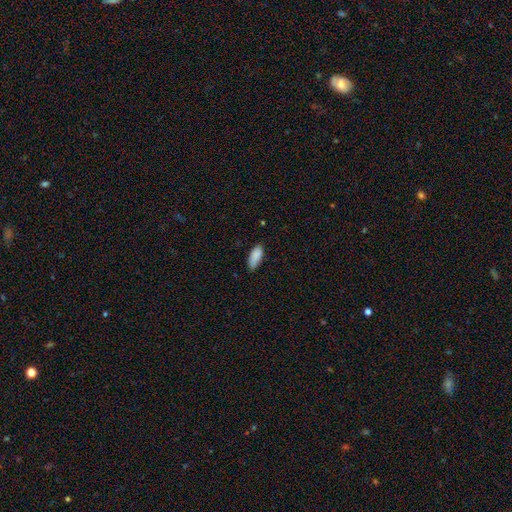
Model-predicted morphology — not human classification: Smooth or featured? Predicted: smooth (p=0.88). How rounded? Predicted: in between (p=0.84). Merging? Predicted: none (p=0.75).